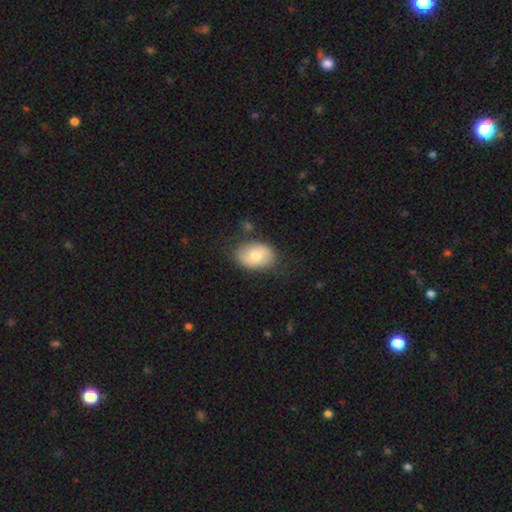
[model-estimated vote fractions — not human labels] Smooth or featured? smooth (71%)
How rounded? in between (82%)
Merging? none (75%)